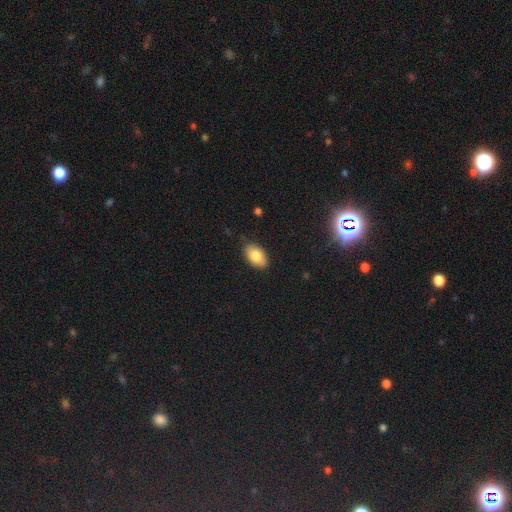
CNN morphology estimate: Smooth or featured? smooth (83%)
How rounded? in between (92%)
Merging? none (81%)